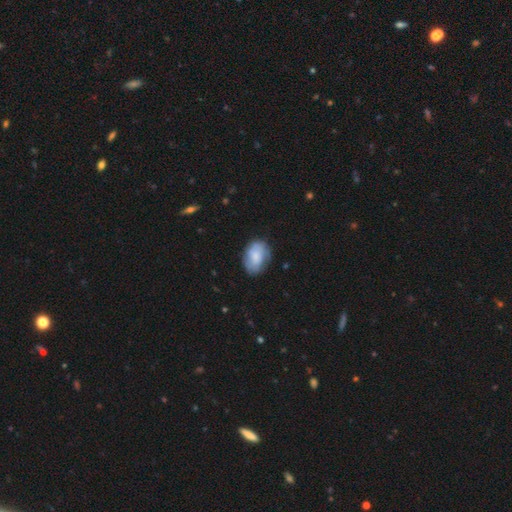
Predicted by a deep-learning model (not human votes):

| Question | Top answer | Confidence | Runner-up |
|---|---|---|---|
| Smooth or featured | smooth | 67% | featured or disk (27%) |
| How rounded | in between | 81% | round (18%) |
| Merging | none | 71% | minor disturbance (21%) |